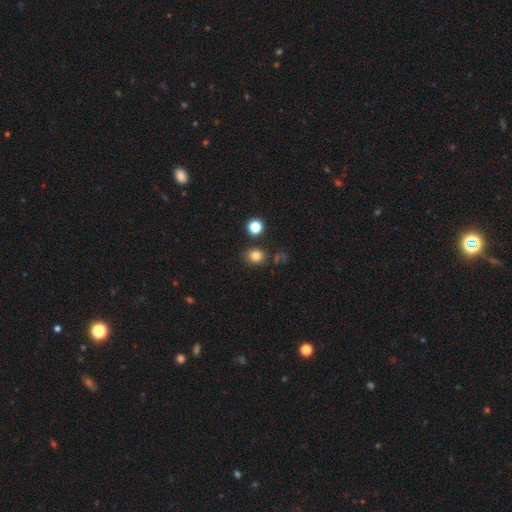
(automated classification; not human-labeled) Smooth or featured?
  - smooth: 80% *
  - star or artifact: 14%
  - featured or disk: 6%
How rounded?
  - round: 69% *
  - in between: 30%
  - cigar-shaped: 1%
Merging?
  - none: 81% *
  - minor disturbance: 11%
  - merger: 5%
  - major disturbance: 3%